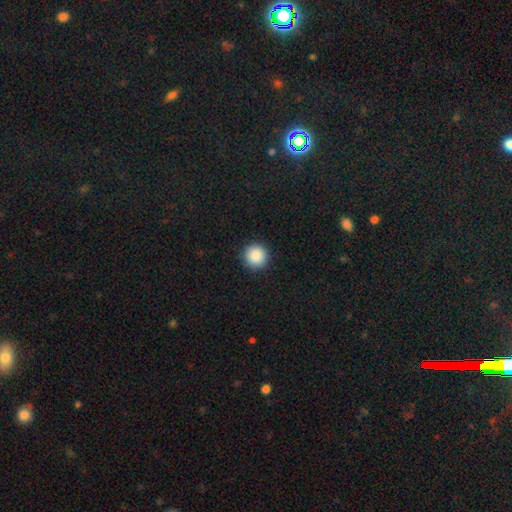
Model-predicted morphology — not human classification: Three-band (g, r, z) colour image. It shows a smooth galaxy with no disk features (88%) that is round (95%). Merging: none (92%).